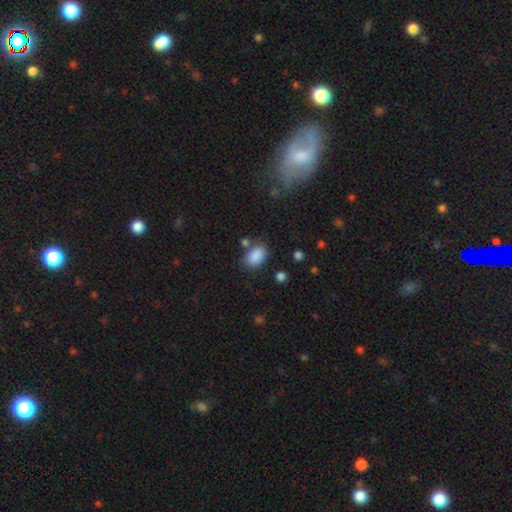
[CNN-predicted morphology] smooth 88%, star or artifact 8%, featured or disk 4%. Down the decision tree: how rounded — in between (88%); merging — none (74%).